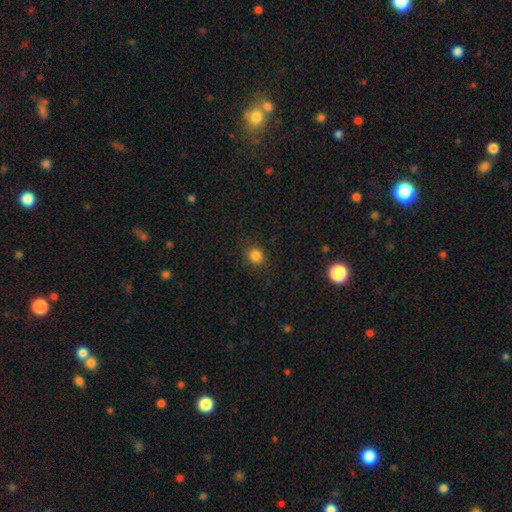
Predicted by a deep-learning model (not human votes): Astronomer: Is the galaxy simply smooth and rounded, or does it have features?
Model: smooth — 83%.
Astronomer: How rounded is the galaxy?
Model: round — 77%.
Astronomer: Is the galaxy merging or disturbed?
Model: none — 88%.